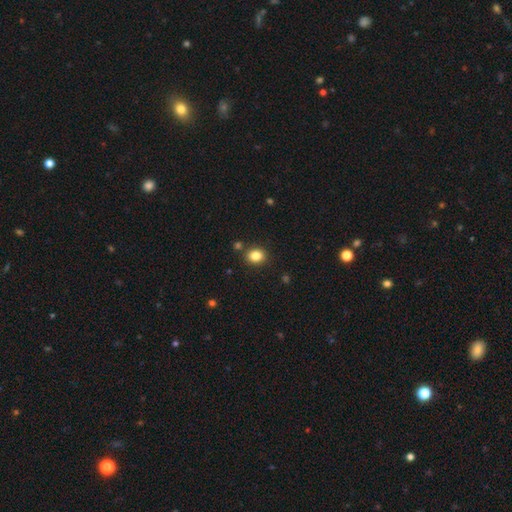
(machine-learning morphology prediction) smooth_or_featured: smooth (p=0.84) [alt: star or artifact p=0.11]
how_rounded: round (p=0.60) [alt: in between p=0.39]
merging: none (p=0.85) [alt: minor disturbance p=0.08]